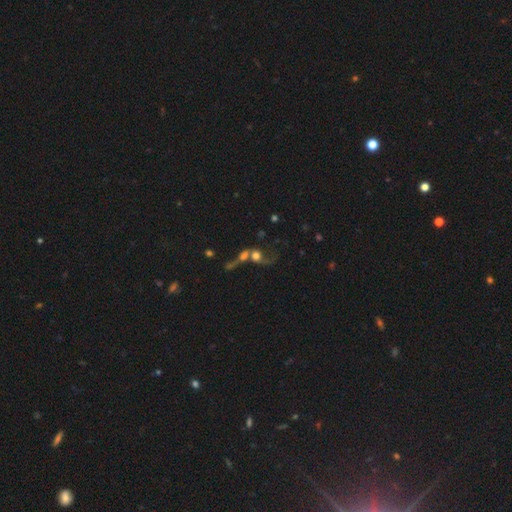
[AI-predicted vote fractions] smooth 45%, featured or disk 40%, star or artifact 15%. Down the decision tree: merging — merger (64%).